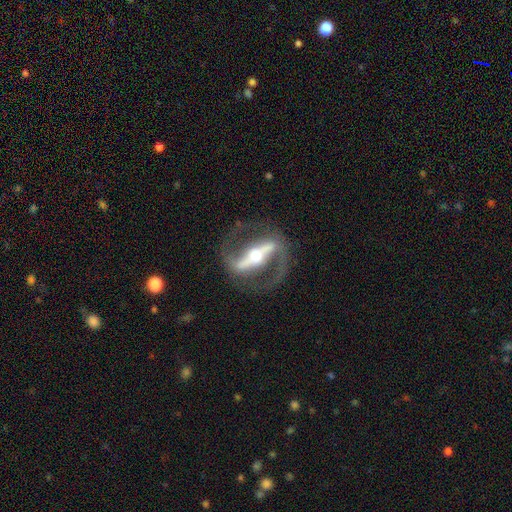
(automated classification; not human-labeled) smooth_or_featured: featured or disk (p=0.90) [alt: smooth p=0.06]
disk_edge_on: no (p=0.77) [alt: yes p=0.23]
bar: strong (p=0.83) [alt: weak p=0.10]
has_spiral_arms: yes (p=0.85) [alt: no p=0.15]
spiral_winding: medium (p=0.51) [alt: loose p=0.29]
spiral_arm_count: 2 (p=0.90) [alt: can't tell p=0.03]
bulge_size: moderate (p=0.64) [alt: small p=0.25]
merging: none (p=0.78) [alt: minor disturbance p=0.11]